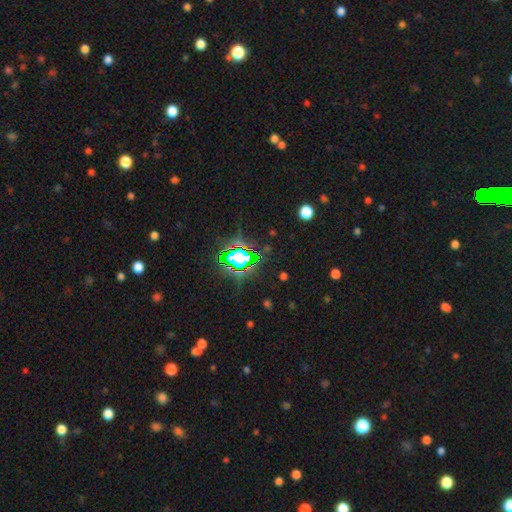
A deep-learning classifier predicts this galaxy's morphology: Smooth or featured? star or artifact (77%)